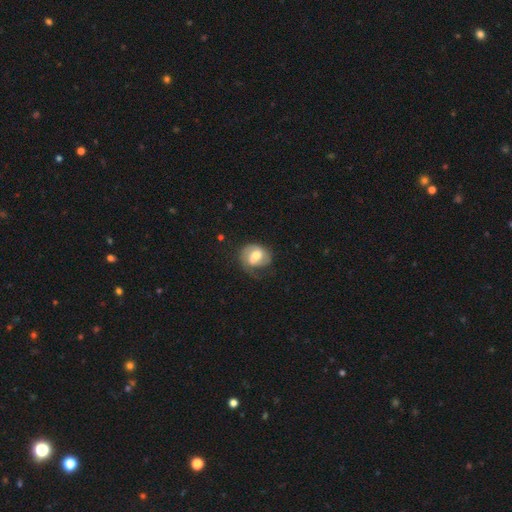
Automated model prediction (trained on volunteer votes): smooth-or-featured: featured or disk: 60% | smooth: 33% | star or artifact: 6%
  disk-edge-on: no: 97% | yes: 3%
    bar: weak: 47% | no: 30% | strong: 23%
    has-spiral-arms: yes: 84% | no: 16%
    bulge-size: moderate: 62% | large: 18% | small: 16% | none: 2% | dominant: 2%
  merging: none: 55% | minor disturbance: 26% | major disturbance: 18% | merger: 2%